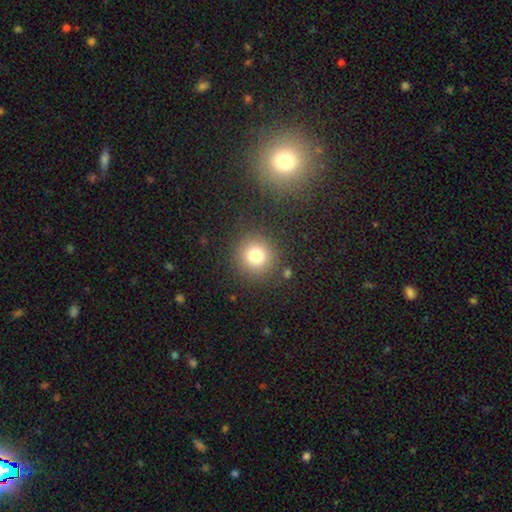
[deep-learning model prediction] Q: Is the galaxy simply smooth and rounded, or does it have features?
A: smooth — 77%.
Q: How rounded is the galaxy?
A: round — 93%.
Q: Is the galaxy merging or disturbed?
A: none — 87%.